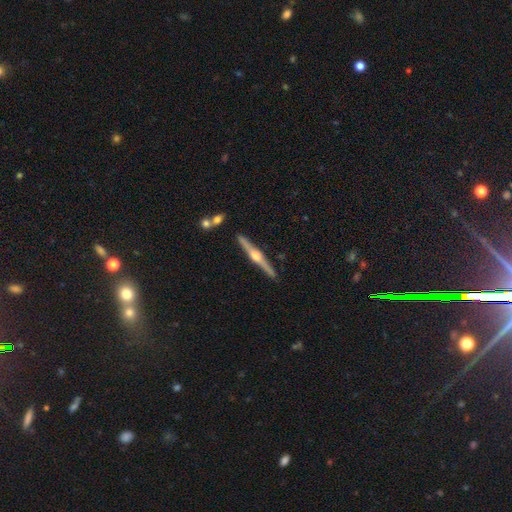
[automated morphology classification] smooth_or_featured: featured or disk (p=0.83) [alt: smooth p=0.12]
disk_edge_on: yes (p=0.98) [alt: no p=0.02]
edge_on_bulge: rounded (p=0.93) [alt: boxy p=0.04]
merging: none (p=0.90) [alt: minor disturbance p=0.06]